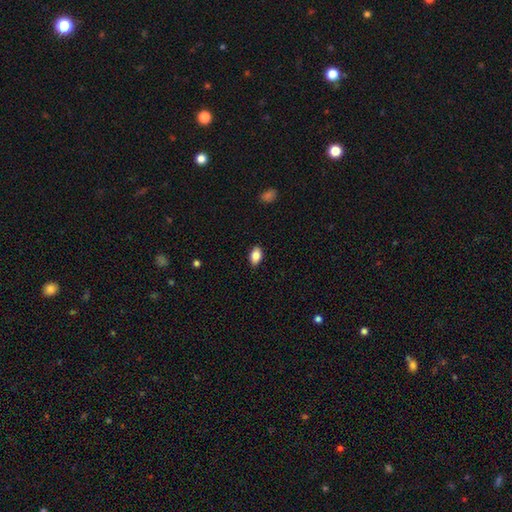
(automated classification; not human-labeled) smooth-or-featured: smooth: 85% | featured or disk: 8% | star or artifact: 8%
  how-rounded: in between: 90% | round: 8% | cigar-shaped: 2%
  merging: none: 87% | minor disturbance: 10% | major disturbance: 2% | merger: 1%